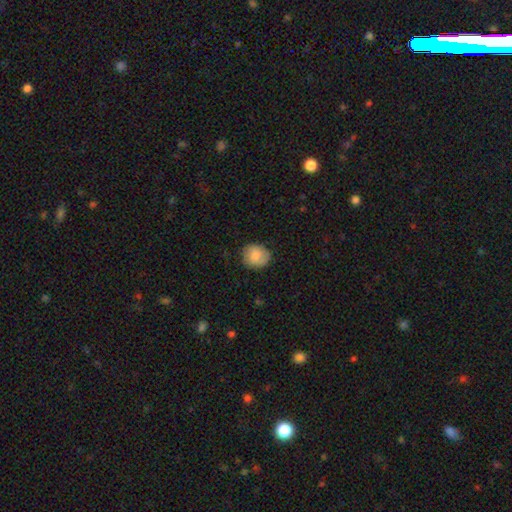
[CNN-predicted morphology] A smooth galaxy with no disk features (79%) that is round (77%). Merging: none (80%).